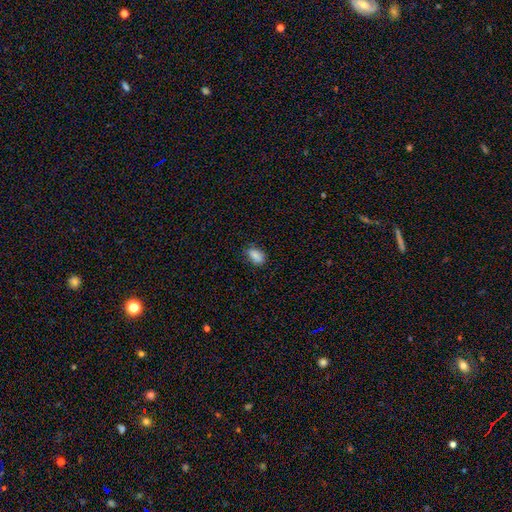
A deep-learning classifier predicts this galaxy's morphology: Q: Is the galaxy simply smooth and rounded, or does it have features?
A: smooth — 86%.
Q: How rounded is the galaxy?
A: in between — 88%.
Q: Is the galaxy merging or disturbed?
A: none — 75%.